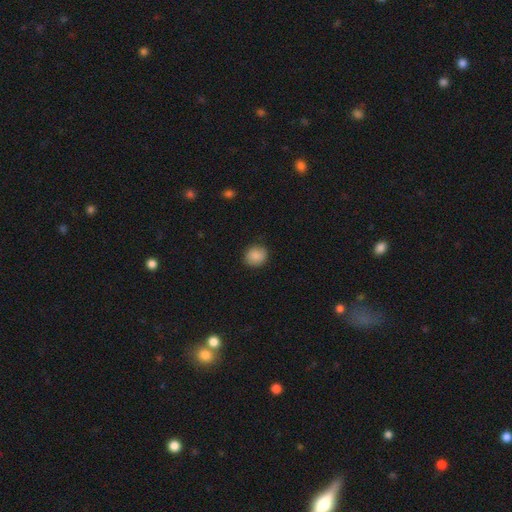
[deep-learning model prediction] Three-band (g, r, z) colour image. It shows a smooth galaxy with no disk features (88%) that is round (77%). Merging: none (86%).